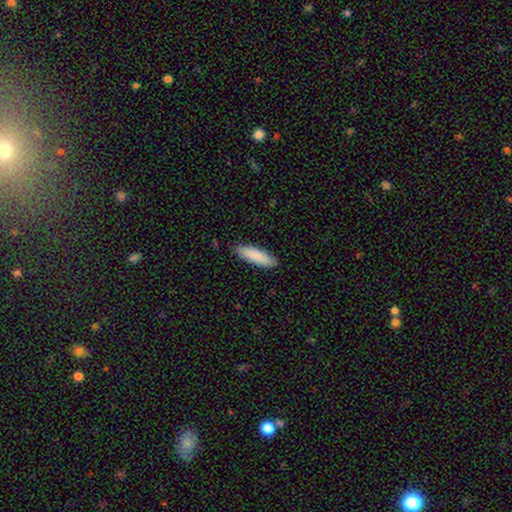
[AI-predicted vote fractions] smooth 88%, featured or disk 7%, star or artifact 5%. Down the decision tree: how rounded — cigar-shaped (61%); merging — none (88%).